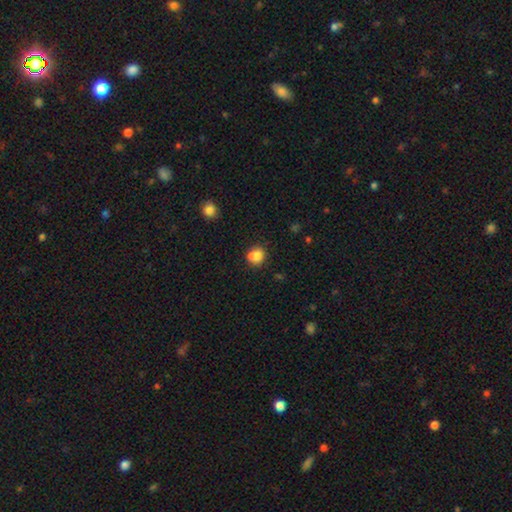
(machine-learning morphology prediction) This is clearly a smooth galaxy (80%). How rounded: likely round (80%). Merging: possibly none (58%).